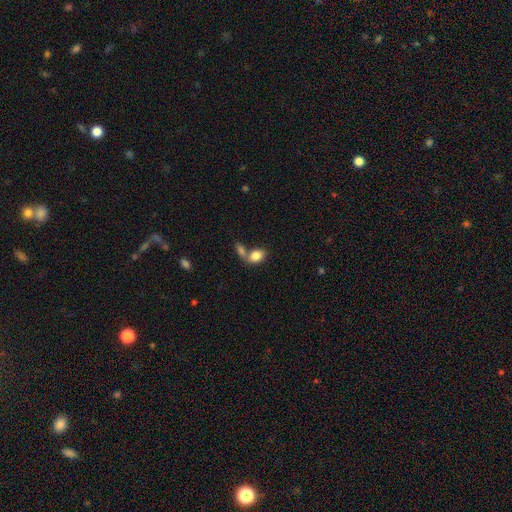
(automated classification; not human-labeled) smooth_or_featured: smooth (p=0.82) [alt: featured or disk p=0.10]
how_rounded: in between (p=0.86) [alt: round p=0.13]
merging: merger (p=0.52) [alt: none p=0.33]